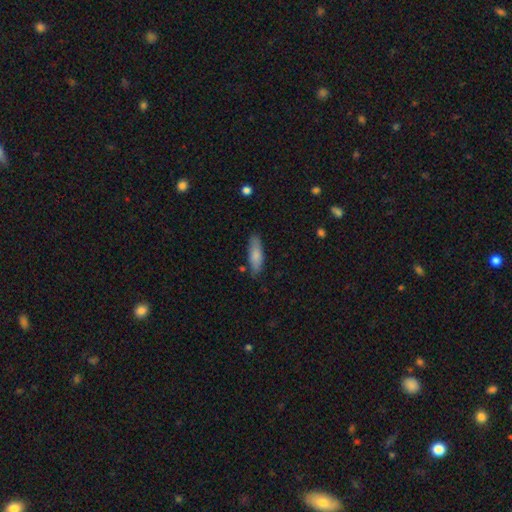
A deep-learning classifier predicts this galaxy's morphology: Overall: smooth (79%). How rounded: cigar-shaped (51%; in between 47%). Merging: none (78%).